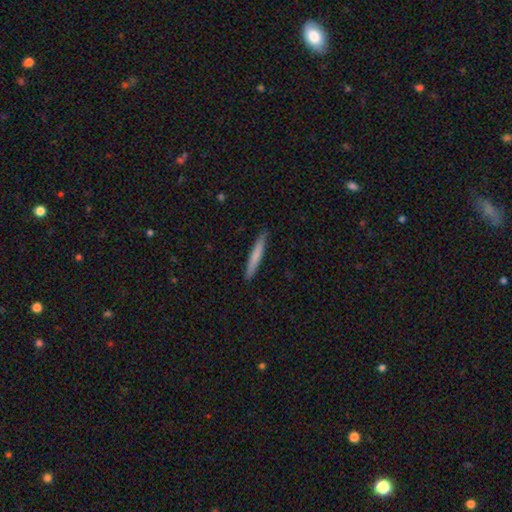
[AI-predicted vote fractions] Smooth or featured: smooth — 72% (featured or disk — 23%)
How rounded: cigar-shaped — 96% (in between — 3%)
Merging: none — 91% (minor disturbance — 7%)